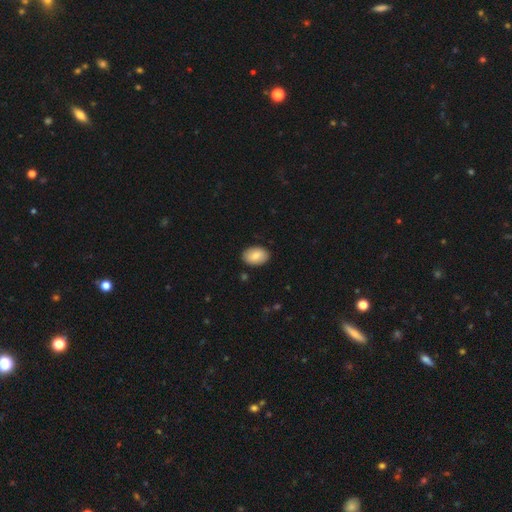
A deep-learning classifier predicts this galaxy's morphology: Smooth or featured?
  - smooth: 85% *
  - featured or disk: 9%
  - star or artifact: 6%
How rounded?
  - in between: 86% *
  - round: 13%
  - cigar-shaped: 1%
Merging?
  - none: 89% *
  - minor disturbance: 8%
  - major disturbance: 2%
  - merger: 1%